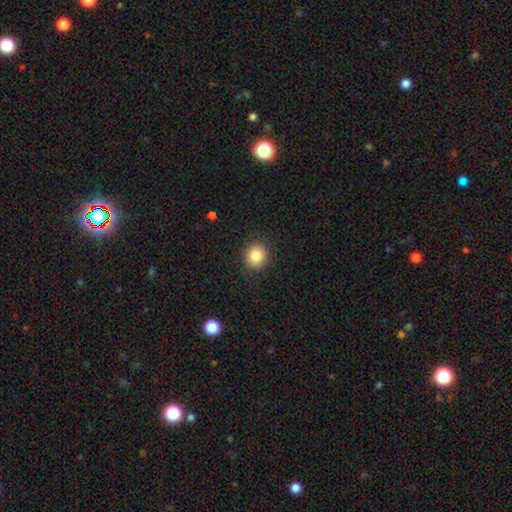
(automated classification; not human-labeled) A smooth galaxy with no disk features (86%) that is round (85%).

Vote fractions:
- Smooth or featured? smooth: 86% / star or artifact: 9% / featured or disk: 5%
- How rounded? round: 85% / in between: 14% / cigar-shaped: 1%
- Merging? none: 90% / minor disturbance: 6% / major disturbance: 2% / merger: 1%